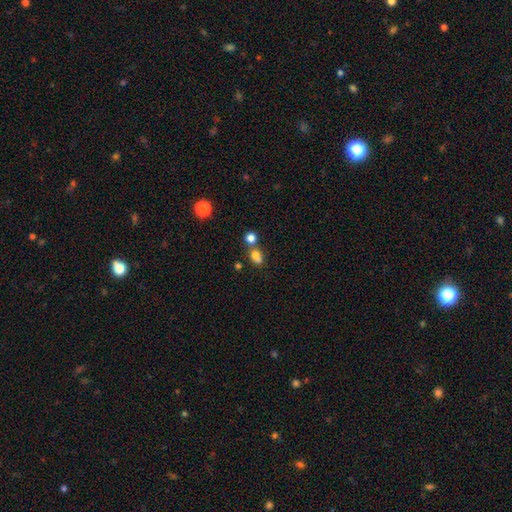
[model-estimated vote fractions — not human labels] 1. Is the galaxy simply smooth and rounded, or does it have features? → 75% smooth, 15% star or artifact, 10% featured or disk.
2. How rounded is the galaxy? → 56% in between, 42% round, 2% cigar-shaped.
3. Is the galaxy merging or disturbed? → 45% none, 39% merger, 11% minor disturbance, 5% major disturbance.